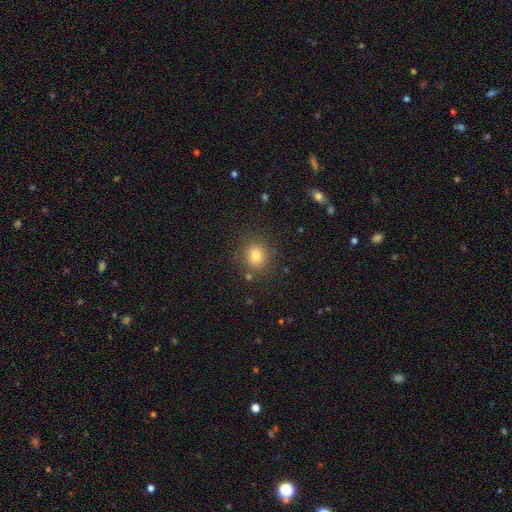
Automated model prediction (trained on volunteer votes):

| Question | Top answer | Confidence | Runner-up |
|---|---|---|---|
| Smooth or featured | smooth | 79% | star or artifact (13%) |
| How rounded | round | 84% | in between (15%) |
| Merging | none | 85% | minor disturbance (9%) |